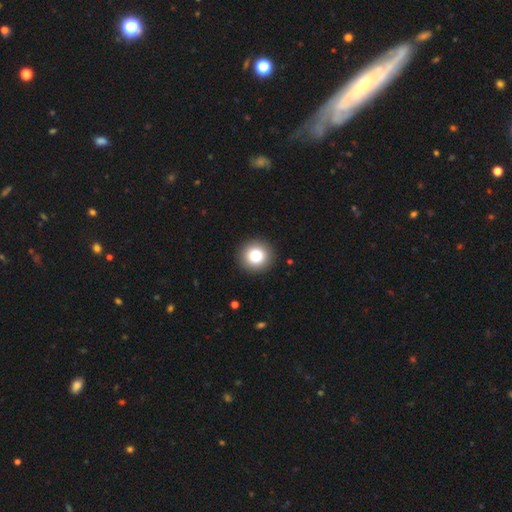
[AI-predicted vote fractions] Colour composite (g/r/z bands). It shows a smooth galaxy with no disk features (81%) that is round (94%). Merging: none (93%).